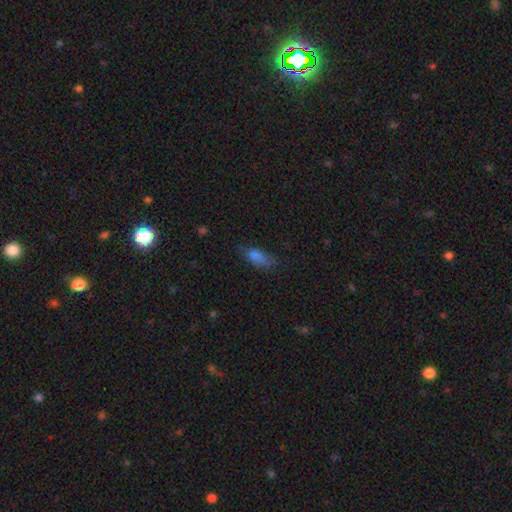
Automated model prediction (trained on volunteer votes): A smooth galaxy with no disk features (75%) that is in between round and cigar-shaped (72%).

Vote fractions:
- Smooth or featured? smooth: 75% / star or artifact: 13% / featured or disk: 12%
- How rounded? in between: 72% / cigar-shaped: 25% / round: 4%
- Merging? none: 52% / minor disturbance: 30% / major disturbance: 15% / merger: 3%